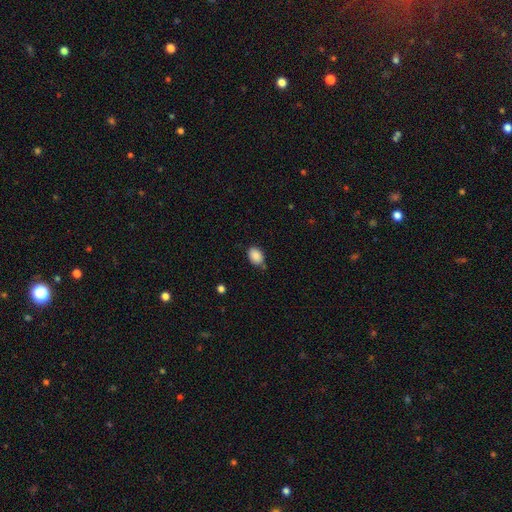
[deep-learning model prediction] A smooth galaxy with no disk features (88%) that is in between round and cigar-shaped (79%).

Vote fractions:
- Smooth or featured? smooth: 88% / star or artifact: 8% / featured or disk: 4%
- How rounded? in between: 79% / round: 20% / cigar-shaped: 1%
- Merging? none: 75% / minor disturbance: 18% / merger: 4% / major disturbance: 4%